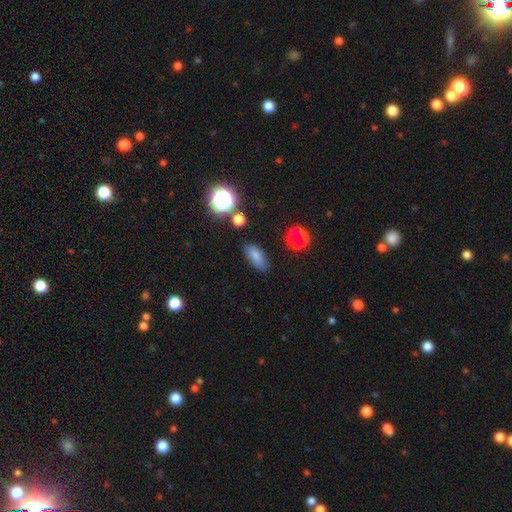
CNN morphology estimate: Smooth or featured: smooth — 76% (star or artifact — 14%)
How rounded: in between — 79% (cigar-shaped — 13%)
Merging: none — 79% (minor disturbance — 14%)